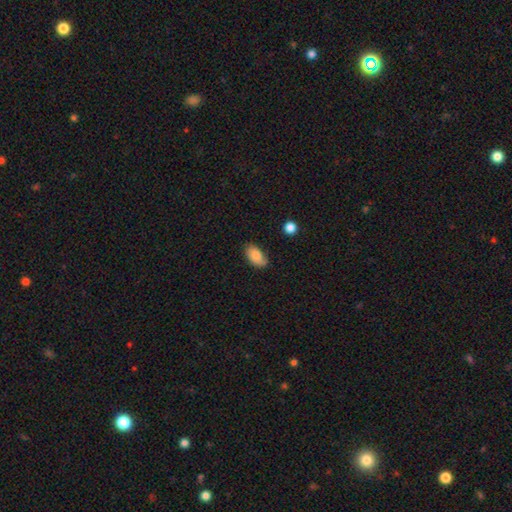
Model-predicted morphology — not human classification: This appears to be a smooth galaxy with no disk features (81%) that is in between round and cigar-shaped (93%). Merging: none (68%).